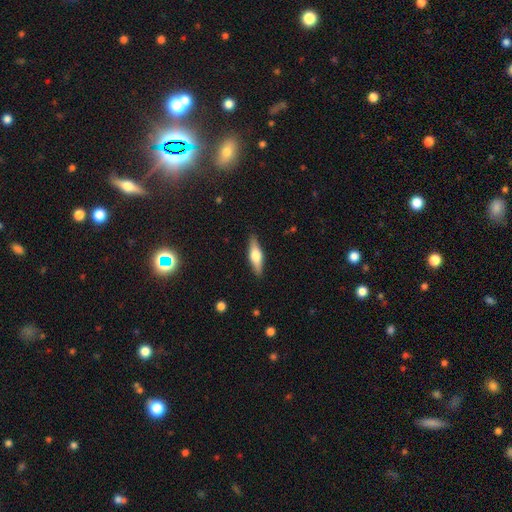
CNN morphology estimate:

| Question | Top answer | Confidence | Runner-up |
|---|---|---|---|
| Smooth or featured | featured or disk | 49% | smooth (45%) |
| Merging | none | 89% | minor disturbance (8%) |